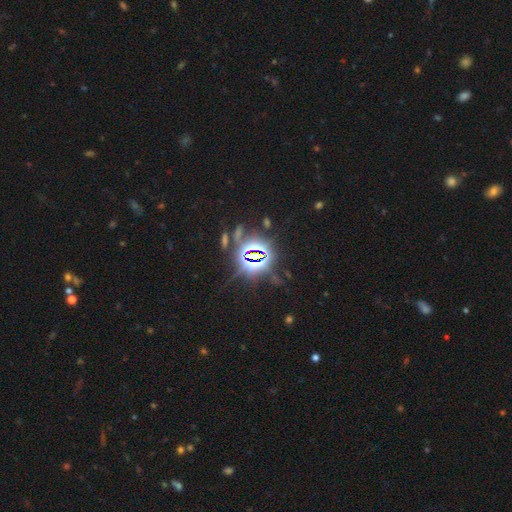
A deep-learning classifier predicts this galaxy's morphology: type=star or artifact (84%).